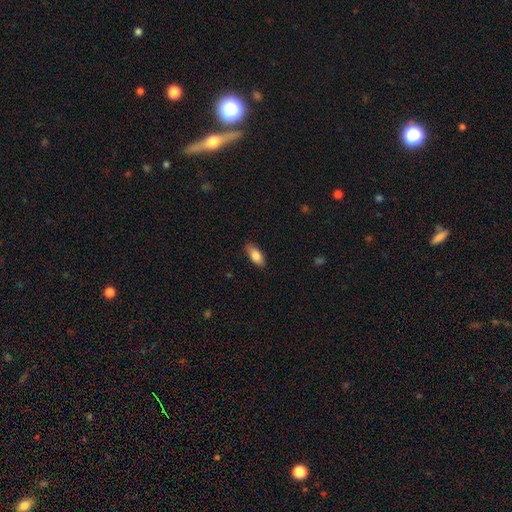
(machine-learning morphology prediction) smooth 82%, featured or disk 11%, star or artifact 6%. Down the decision tree: how rounded — in between (86%); merging — none (85%).